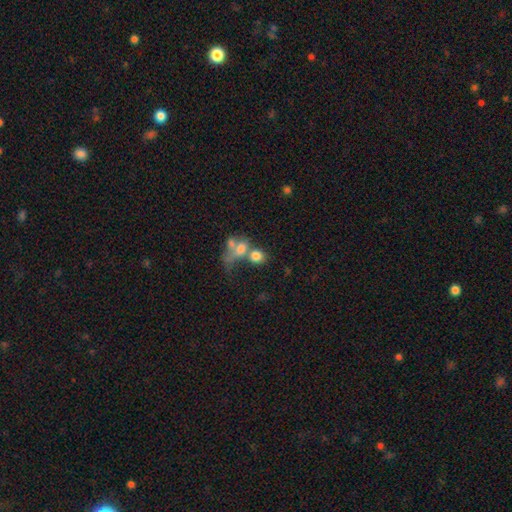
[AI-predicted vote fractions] smooth_or_featured: smooth (p=0.72) [alt: featured or disk p=0.16]
how_rounded: round (p=0.58) [alt: in between p=0.40]
merging: merger (p=0.51) [alt: none p=0.27]